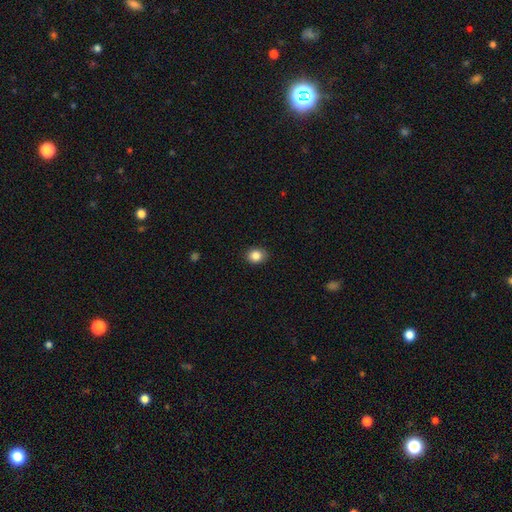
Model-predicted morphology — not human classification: smooth-or-featured: smooth: 85% | star or artifact: 10% | featured or disk: 5%
  how-rounded: round: 59% | in between: 40% | cigar-shaped: 1%
  merging: none: 90% | minor disturbance: 7% | major disturbance: 2% | merger: 1%